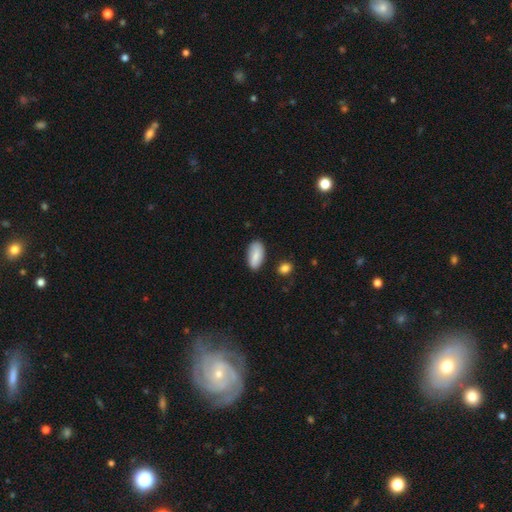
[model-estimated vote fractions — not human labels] Overall: smooth (83%). How rounded: in between (91%). Merging: none (78%).